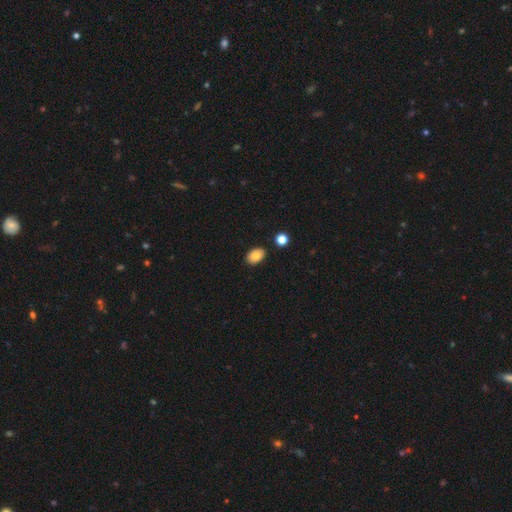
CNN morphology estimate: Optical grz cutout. It shows a smooth galaxy with no disk features (85%) that is in between round and cigar-shaped (89%). Merging: none (87%).